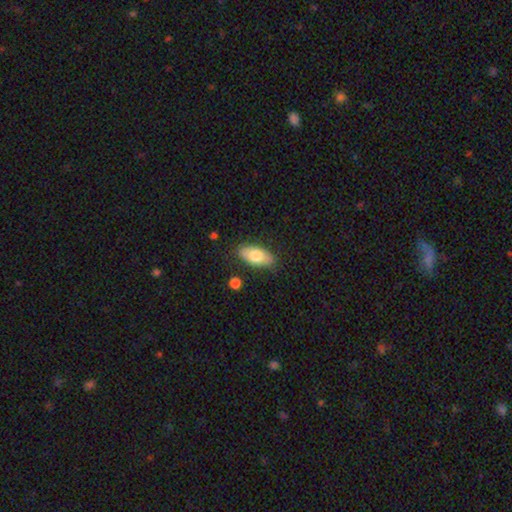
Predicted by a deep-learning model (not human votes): This appears to be a smooth galaxy with no disk features (74%) that is in between round and cigar-shaped (88%). Merging: none (83%).